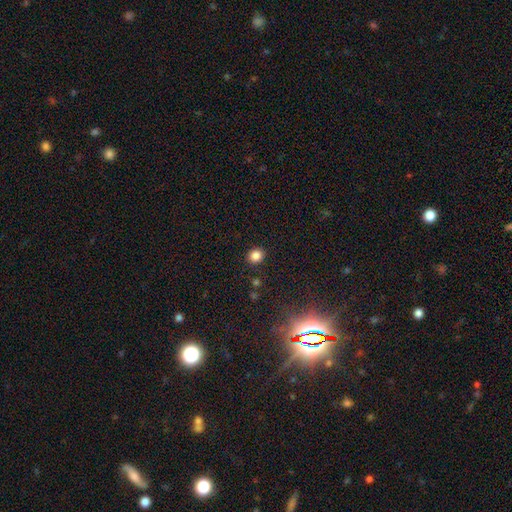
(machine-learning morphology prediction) A smooth galaxy with no disk features (84%) that is round (71%).

Vote fractions:
- Smooth or featured? smooth: 84% / star or artifact: 12% / featured or disk: 4%
- How rounded? round: 71% / in between: 28% / cigar-shaped: 1%
- Merging? none: 88% / minor disturbance: 8% / major disturbance: 2% / merger: 2%